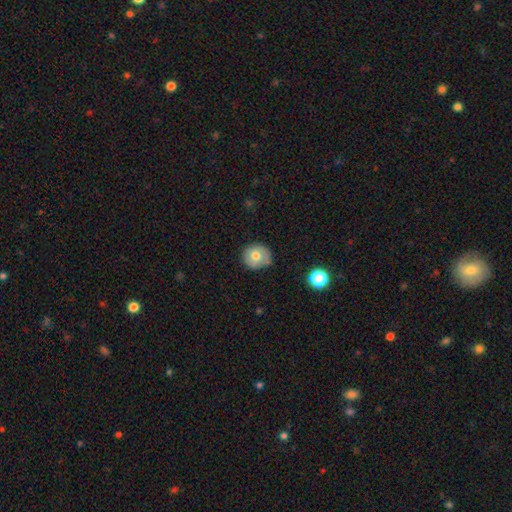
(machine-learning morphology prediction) smooth_or_featured: smooth (p=0.71) [alt: featured or disk p=0.21]
how_rounded: round (p=0.87) [alt: in between p=0.12]
merging: none (p=0.76) [alt: minor disturbance p=0.19]